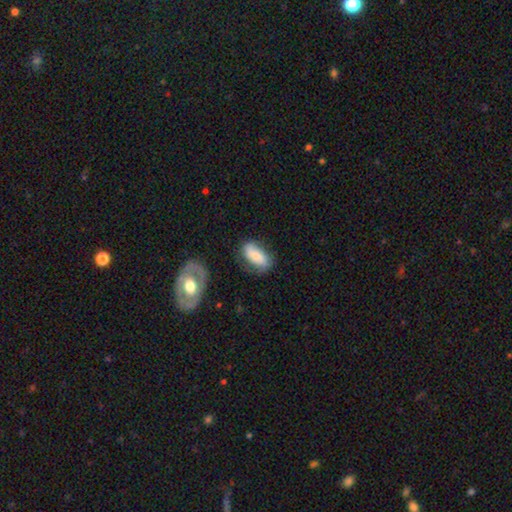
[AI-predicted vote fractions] Smooth or featured?
  - smooth: 63% *
  - featured or disk: 30%
  - star or artifact: 7%
How rounded?
  - in between: 87% *
  - cigar-shaped: 8%
  - round: 4%
Merging?
  - none: 63% *
  - minor disturbance: 24%
  - major disturbance: 9%
  - merger: 4%